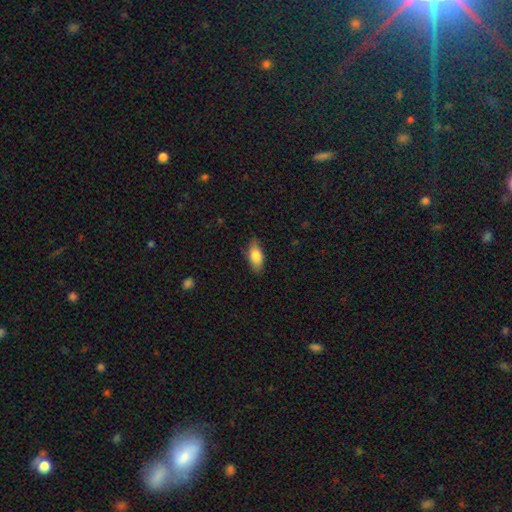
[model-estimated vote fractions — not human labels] Smooth or featured?
  - smooth: 82% *
  - featured or disk: 12%
  - star or artifact: 6%
How rounded?
  - in between: 86% *
  - cigar-shaped: 11%
  - round: 3%
Merging?
  - none: 84% *
  - minor disturbance: 13%
  - major disturbance: 2%
  - merger: 1%